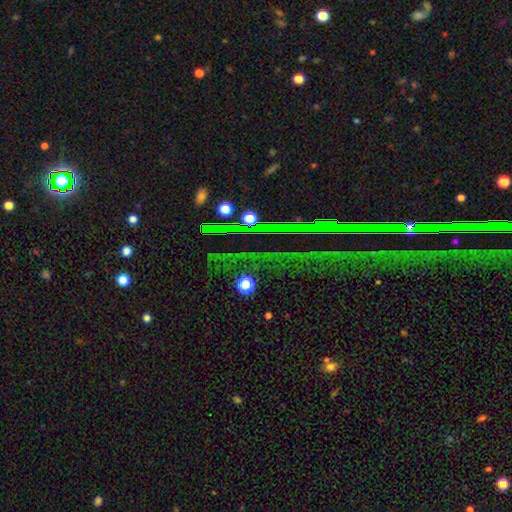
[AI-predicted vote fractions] Smooth or featured?
  - star or artifact: 82% *
  - featured or disk: 9%
  - smooth: 9%